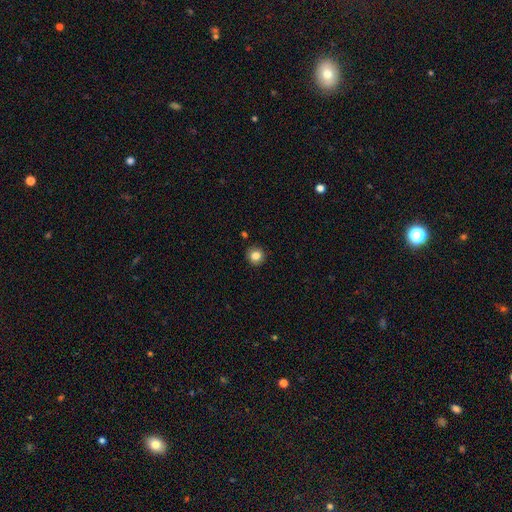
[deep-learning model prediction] smooth-or-featured: smooth: 84% | star or artifact: 10% | featured or disk: 6%
  how-rounded: round: 91% | in between: 9% | cigar-shaped: 1%
  merging: none: 90% | minor disturbance: 7% | major disturbance: 2% | merger: 2%